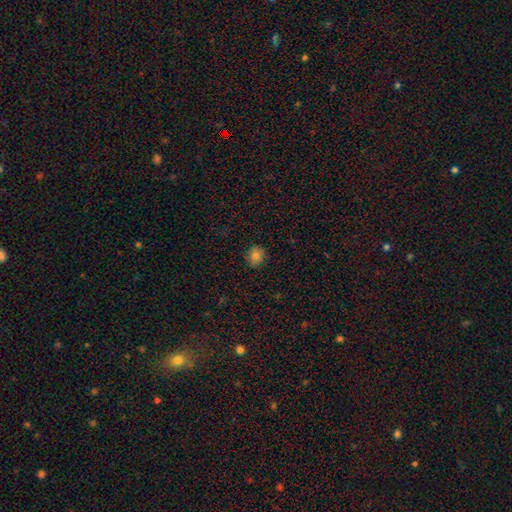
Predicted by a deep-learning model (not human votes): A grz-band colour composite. It shows a smooth galaxy with no disk features (80%) that is round (74%). Merging: none (86%).